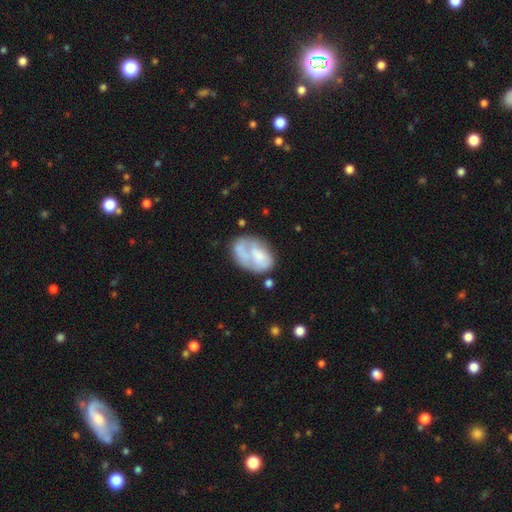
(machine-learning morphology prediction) smooth-or-featured: smooth: 52% | featured or disk: 40% | star or artifact: 8%
  how-rounded: in between: 83% | round: 15% | cigar-shaped: 1%
  merging: none: 35% | minor disturbance: 24% | major disturbance: 21% | merger: 20%